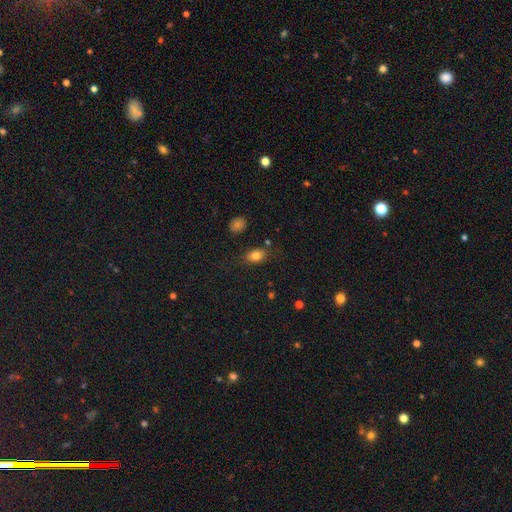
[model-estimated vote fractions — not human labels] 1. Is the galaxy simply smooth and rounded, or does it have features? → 80% smooth, 11% star or artifact, 9% featured or disk.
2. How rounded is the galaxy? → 79% in between, 19% round, 2% cigar-shaped.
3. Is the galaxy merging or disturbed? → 79% none, 14% minor disturbance, 4% major disturbance, 3% merger.